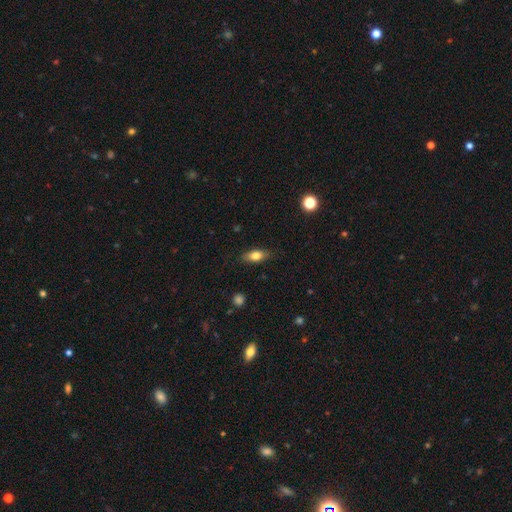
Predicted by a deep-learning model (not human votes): smooth 75%, featured or disk 17%, star or artifact 8%. Down the decision tree: how rounded — in between (80%); merging — none (84%).